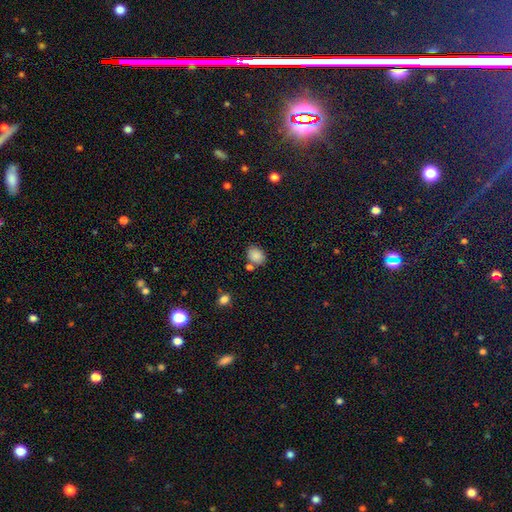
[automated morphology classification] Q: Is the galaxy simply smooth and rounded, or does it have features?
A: smooth — 86%.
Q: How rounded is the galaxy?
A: in between — 69%.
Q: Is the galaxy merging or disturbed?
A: none — 70%.